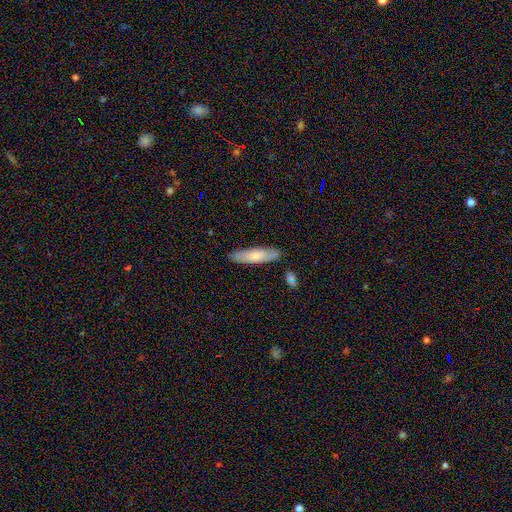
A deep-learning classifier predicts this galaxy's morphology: A smooth galaxy with no disk features (65%) that is cigar-shaped (66%). Merging: none (82%).